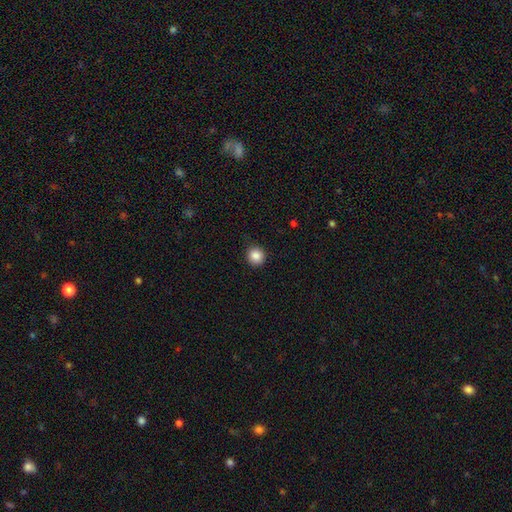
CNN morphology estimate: A smooth galaxy with no disk features (87%) that is round (93%).

Vote fractions:
- Smooth or featured? smooth: 87% / star or artifact: 10% / featured or disk: 3%
- How rounded? round: 93% / in between: 6% / cigar-shaped: 1%
- Merging? none: 88% / minor disturbance: 8% / major disturbance: 2% / merger: 1%